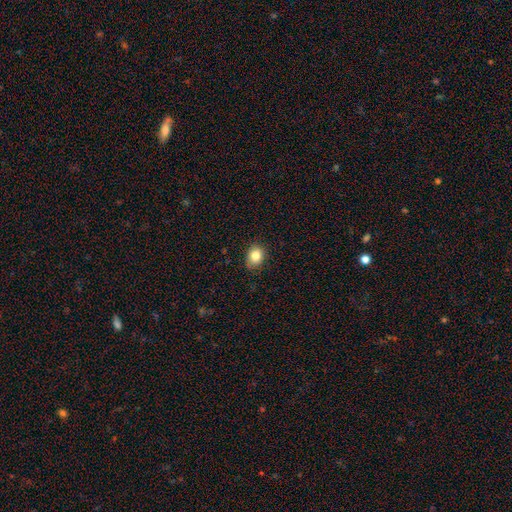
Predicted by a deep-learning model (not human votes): Smooth or featured: smooth — 83% (star or artifact — 10%)
How rounded: in between — 54% (round — 45%)
Merging: none — 83% (minor disturbance — 13%)